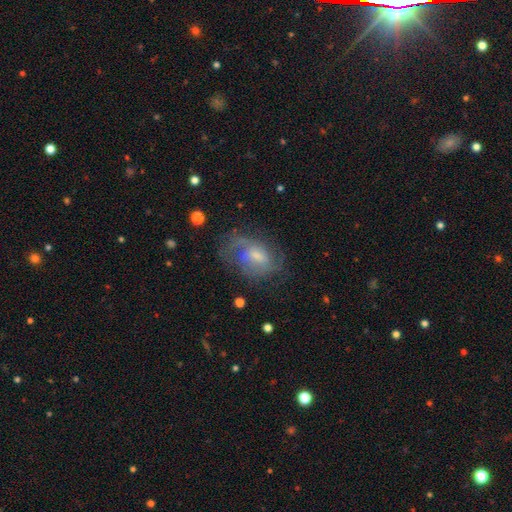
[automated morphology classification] Q: Smooth or featured?
A: featured or disk (68%); runner-up: smooth (24%)
Q: Edge-on disk?
A: no (97%); runner-up: yes (3%)
Q: Bar?
A: weak (51%); runner-up: no (39%)
Q: Spiral arms?
A: yes (85%); runner-up: no (15%)
Q: Spiral winding?
A: medium (46%); runner-up: tight (31%)
Q: Spiral arm count?
A: 2 (40%); runner-up: can't tell (31%)
Q: Bulge size?
A: small (40%); runner-up: moderate (39%)
Q: Merging?
A: none (53%); runner-up: minor disturbance (23%)